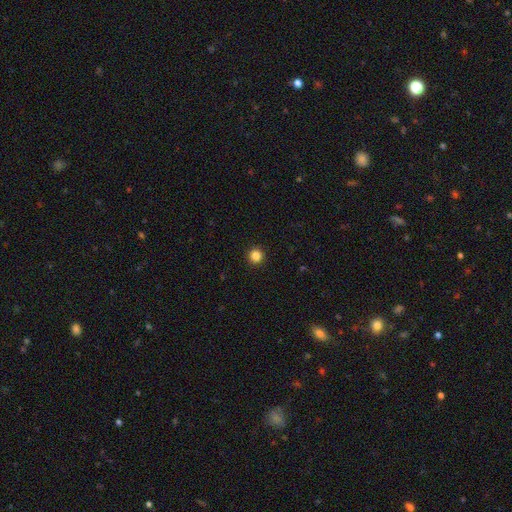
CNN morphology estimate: A smooth galaxy with no disk features (84%) that is round (95%). Merging: none (93%).